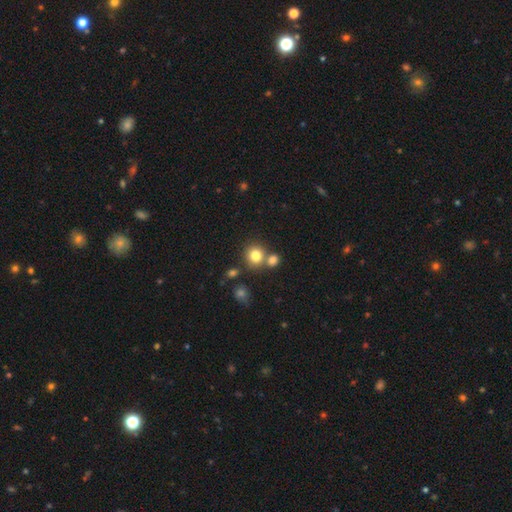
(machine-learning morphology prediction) A smooth galaxy with no disk features (80%) that is round (85%).

Vote fractions:
- Smooth or featured? smooth: 80% / star or artifact: 12% / featured or disk: 8%
- How rounded? round: 85% / in between: 14% / cigar-shaped: 1%
- Merging? none: 61% / merger: 27% / minor disturbance: 8% / major disturbance: 3%